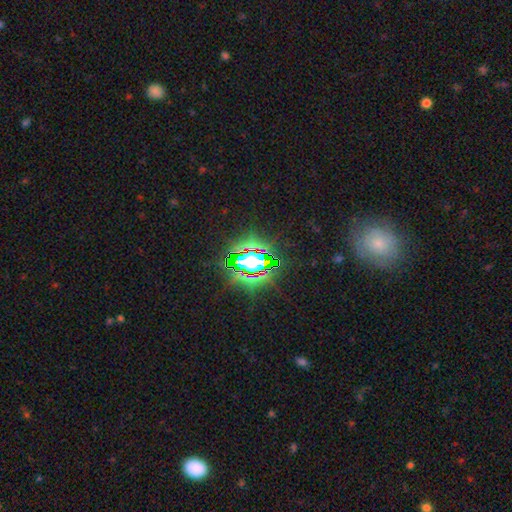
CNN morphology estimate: The model was most divided on "smooth or featured": star or artifact: 82%, smooth: 11%, featured or disk: 8%.